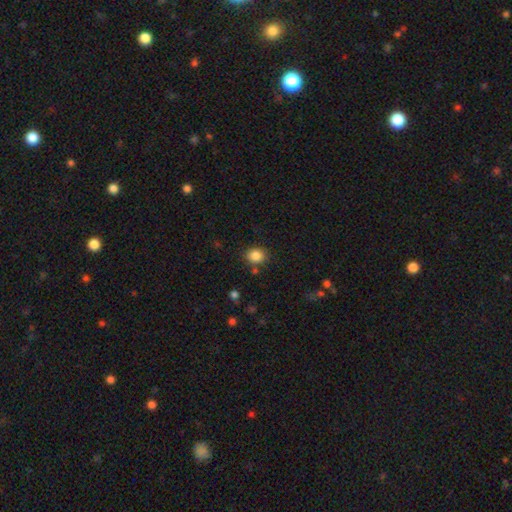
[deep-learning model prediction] smooth 85%, star or artifact 10%, featured or disk 4%. Down the decision tree: how rounded — round (65%); merging — none (81%).